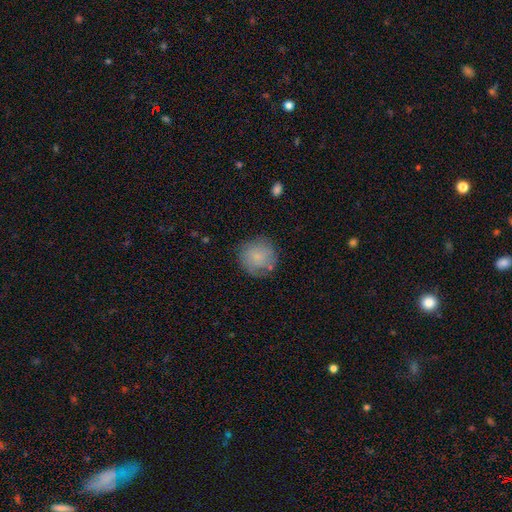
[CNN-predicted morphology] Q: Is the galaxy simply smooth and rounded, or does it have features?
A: smooth — 76%.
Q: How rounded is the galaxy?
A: round — 92%.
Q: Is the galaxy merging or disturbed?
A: none — 74%.